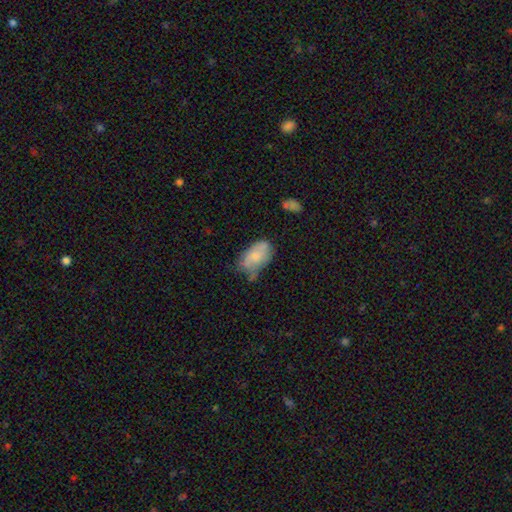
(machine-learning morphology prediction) smooth_or_featured: smooth (p=0.72) [alt: featured or disk p=0.21]
how_rounded: in between (p=0.93) [alt: round p=0.05]
merging: minor disturbance (p=0.40) [alt: none p=0.35]